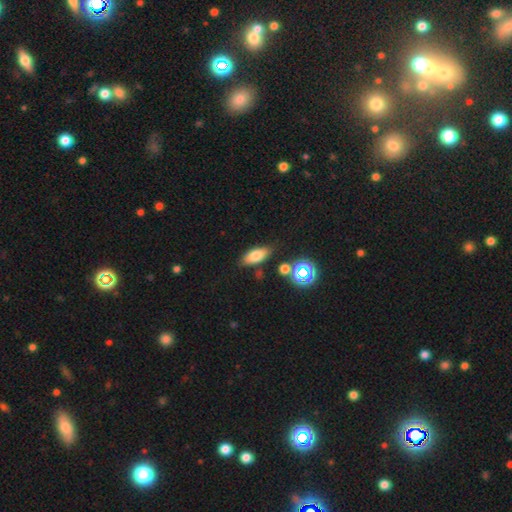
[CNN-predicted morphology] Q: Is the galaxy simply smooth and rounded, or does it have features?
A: smooth — 70%.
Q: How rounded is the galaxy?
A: in between — 78%.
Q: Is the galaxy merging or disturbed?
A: none — 79%.